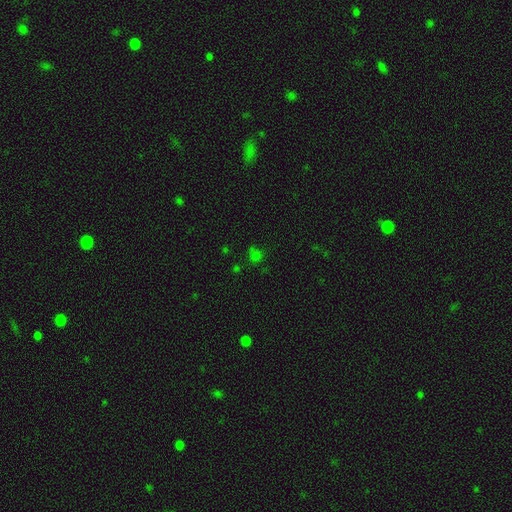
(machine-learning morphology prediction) A smooth galaxy with no disk features (59%) that is round (85%). Merging: none (70%).